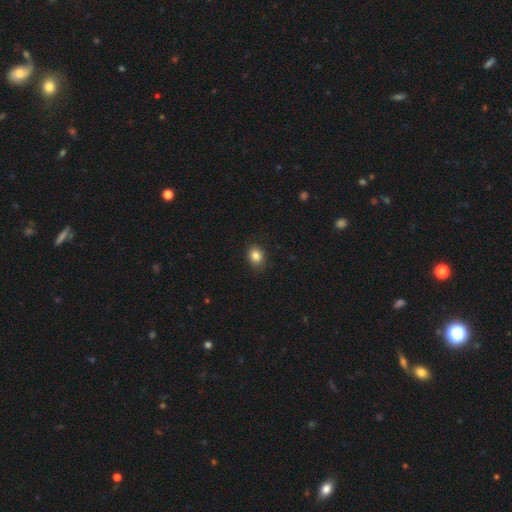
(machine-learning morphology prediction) type=smooth (85%); roundness=in between (57%); merging=none (85%).